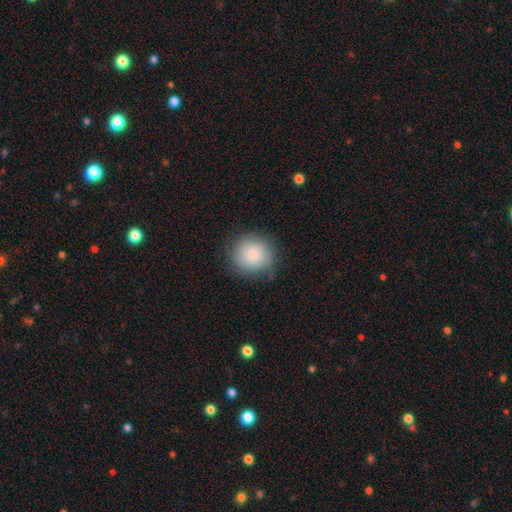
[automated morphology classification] Overall: smooth (80%). How rounded: round (91%). Merging: none (80%).